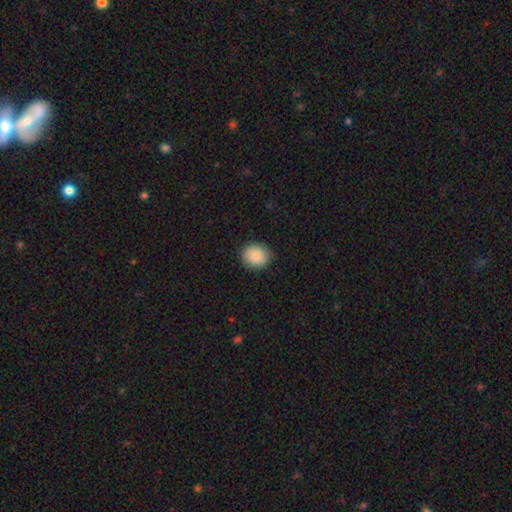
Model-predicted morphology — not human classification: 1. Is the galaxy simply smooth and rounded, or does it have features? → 88% smooth, 7% star or artifact, 5% featured or disk.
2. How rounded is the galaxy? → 77% round, 22% in between, 1% cigar-shaped.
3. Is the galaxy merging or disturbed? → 89% none, 8% minor disturbance, 2% major disturbance, 1% merger.